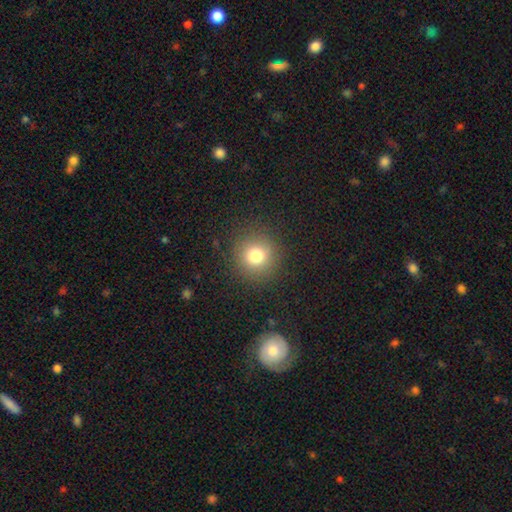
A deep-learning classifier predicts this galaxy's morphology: smooth 77%, star or artifact 15%, featured or disk 9%. Down the decision tree: how rounded — round (93%); merging — none (89%).